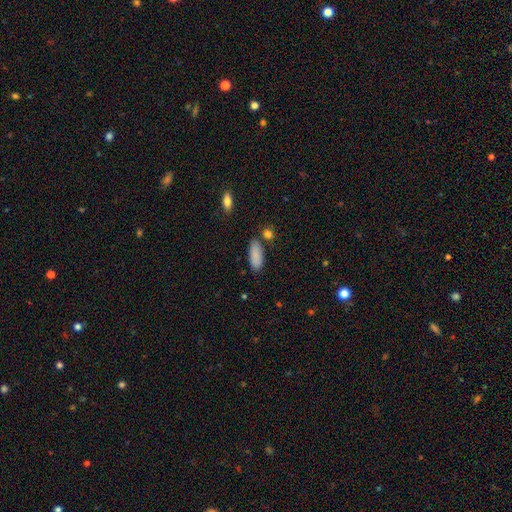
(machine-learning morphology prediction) Smooth or featured? smooth (87%)
How rounded? in between (81%)
Merging? none (78%)